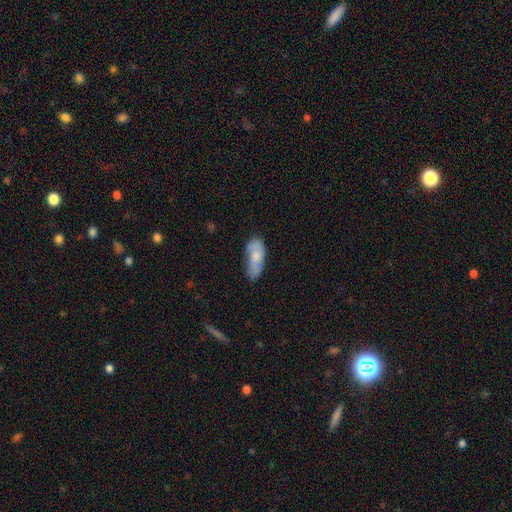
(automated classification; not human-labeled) Smooth or featured? Predicted: smooth (p=0.61). How rounded? Predicted: in between (p=0.80). Merging? Predicted: none (p=0.51).